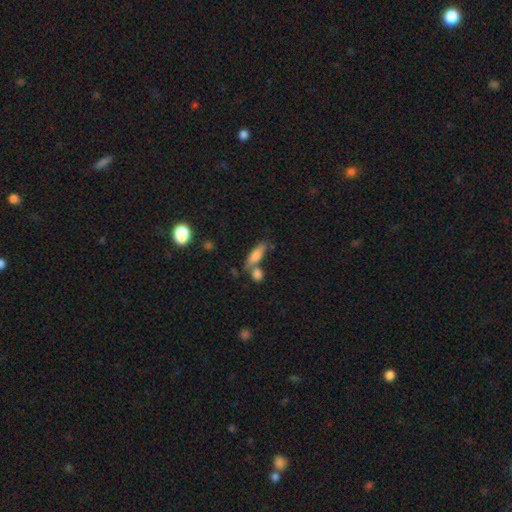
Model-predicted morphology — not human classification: type=smooth (74%); roundness=in between (52%); merging=none (55%).